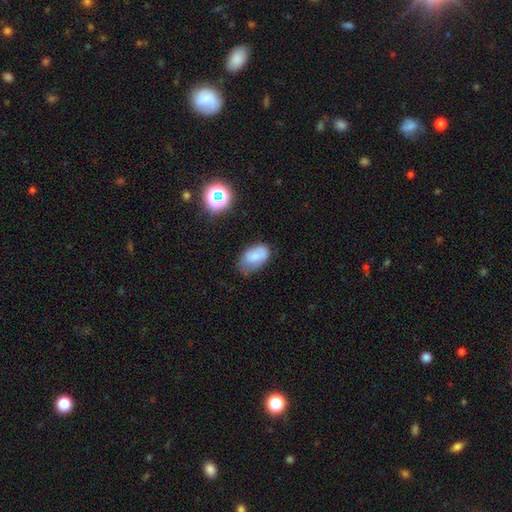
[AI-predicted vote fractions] This appears to be a smooth galaxy with no disk features (74%) that is in between round and cigar-shaped (90%). Merging: none (52%).